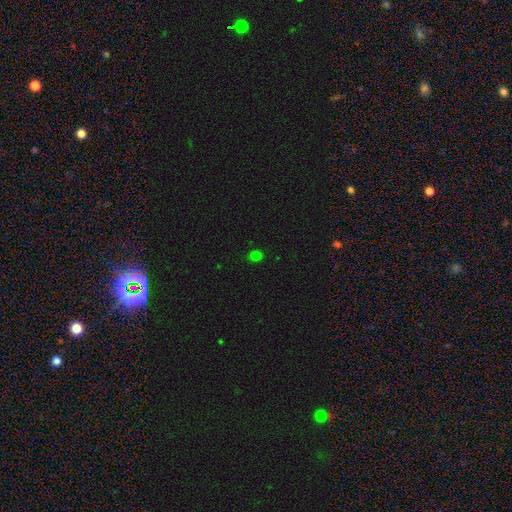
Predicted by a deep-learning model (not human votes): A smooth galaxy with no disk features (76%) that is round (65%). Merging: none (88%).